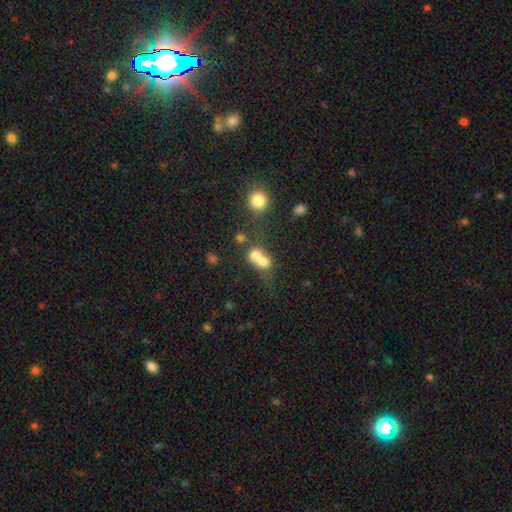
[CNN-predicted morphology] Q: Smooth or featured?
A: smooth (70%); runner-up: featured or disk (16%)
Q: How rounded?
A: round (77%); runner-up: in between (22%)
Q: Merging?
A: merger (63%); runner-up: none (27%)